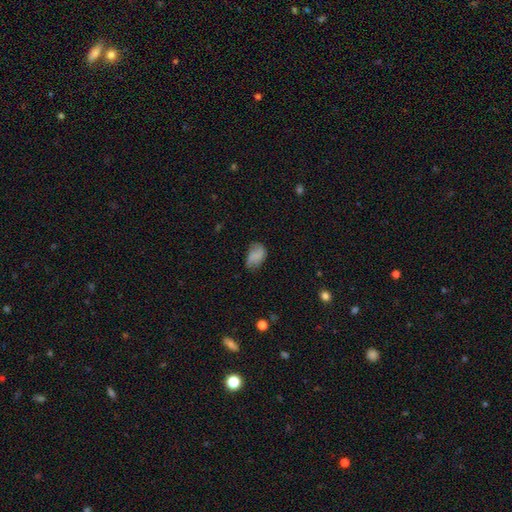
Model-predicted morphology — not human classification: Smooth or featured? Predicted: smooth (p=0.70). How rounded? Predicted: in between (p=0.86). Merging? Predicted: none (p=0.60).